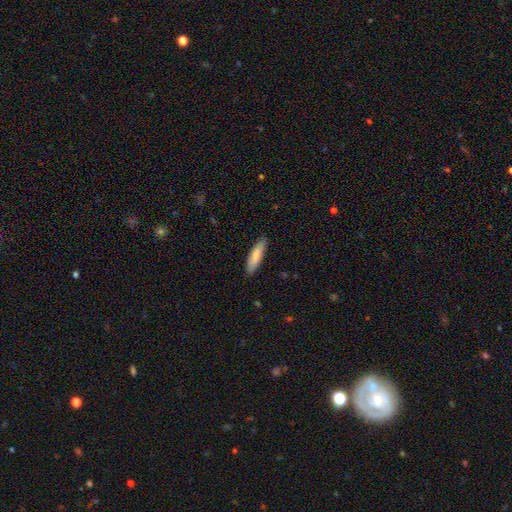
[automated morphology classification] Smooth or featured? smooth (75%)
How rounded? cigar-shaped (64%)
Merging? none (87%)